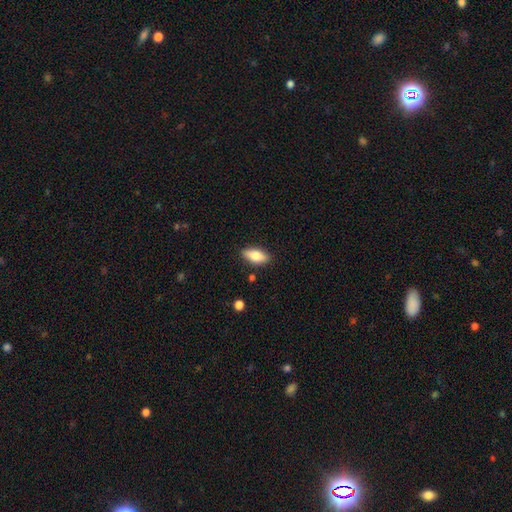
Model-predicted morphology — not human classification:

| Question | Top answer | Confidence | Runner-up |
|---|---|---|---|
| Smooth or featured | smooth | 77% | featured or disk (16%) |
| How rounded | in between | 82% | cigar-shaped (14%) |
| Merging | none | 85% | minor disturbance (11%) |